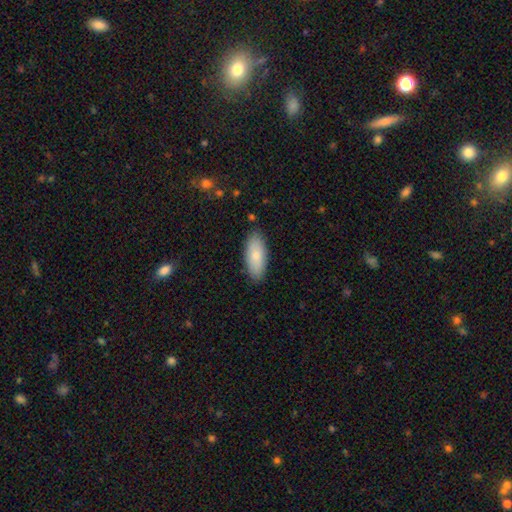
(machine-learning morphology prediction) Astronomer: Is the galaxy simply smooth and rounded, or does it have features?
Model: smooth — 82%.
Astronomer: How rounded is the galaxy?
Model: in between — 83%.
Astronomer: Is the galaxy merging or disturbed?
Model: none — 86%.